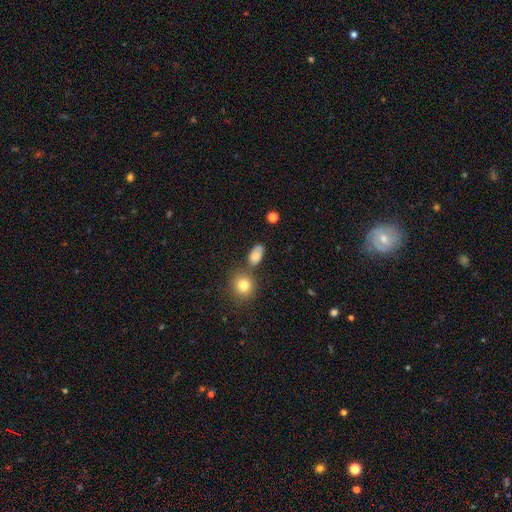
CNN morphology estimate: Smooth or featured? smooth (79%)
How rounded? in between (82%)
Merging? none (63%)